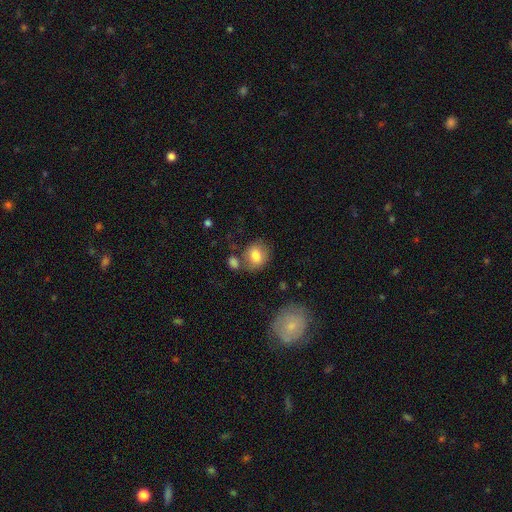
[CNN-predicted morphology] type=smooth (79%); roundness=round (66%); merging=none (60%).